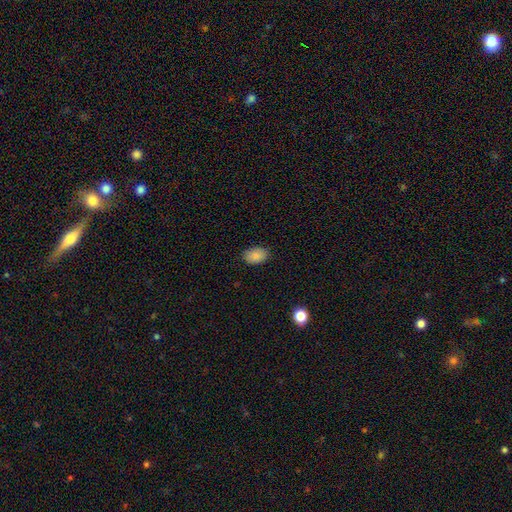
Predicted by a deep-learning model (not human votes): This appears to be a smooth galaxy with no disk features (87%) that is in between round and cigar-shaped (82%). Merging: none (85%).